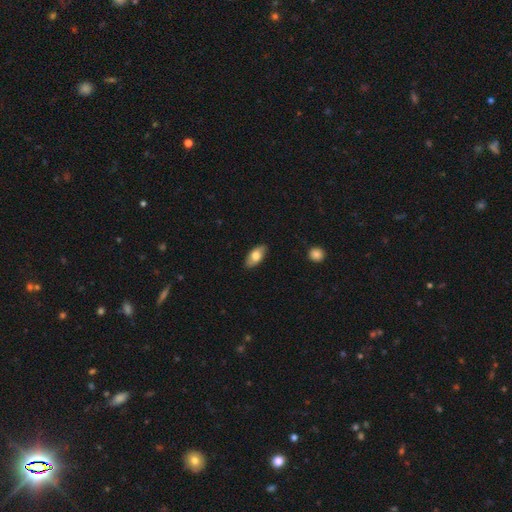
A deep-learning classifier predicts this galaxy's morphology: Smooth or featured: smooth — 73% (featured or disk — 21%)
How rounded: in between — 91% (cigar-shaped — 6%)
Merging: none — 87% (minor disturbance — 10%)